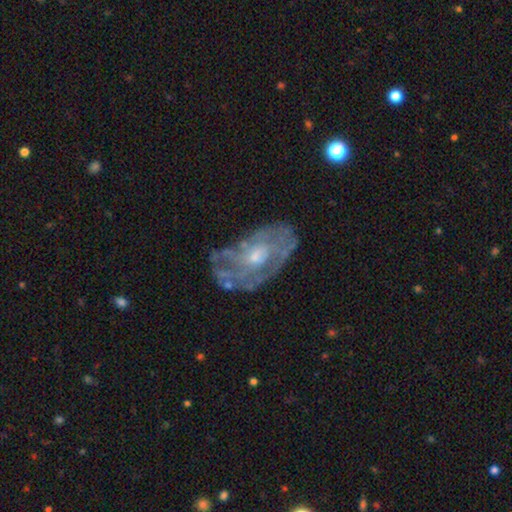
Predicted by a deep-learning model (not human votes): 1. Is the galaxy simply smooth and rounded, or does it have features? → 76% featured or disk, 17% smooth, 7% star or artifact.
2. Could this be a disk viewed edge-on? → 95% no, 5% yes.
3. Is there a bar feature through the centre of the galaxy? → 76% no, 21% weak, 3% strong.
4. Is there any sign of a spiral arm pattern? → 63% yes, 37% no.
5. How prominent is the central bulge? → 50% small, 42% moderate, 4% none, 3% large, 1% dominant.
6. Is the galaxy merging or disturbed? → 62% none, 22% minor disturbance, 13% major disturbance, 3% merger.